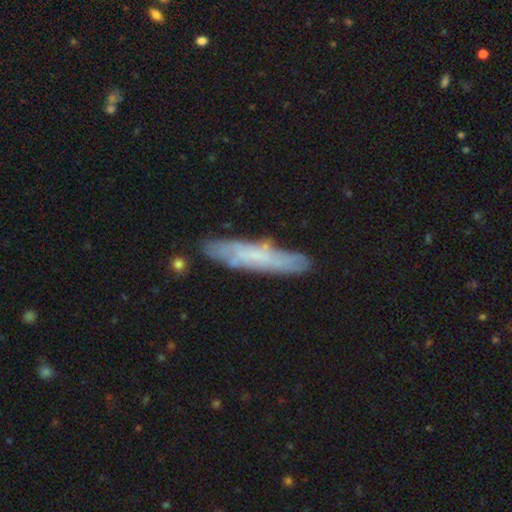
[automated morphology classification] Overall: featured or disk (49%; smooth 43%). Merging: none (80%).